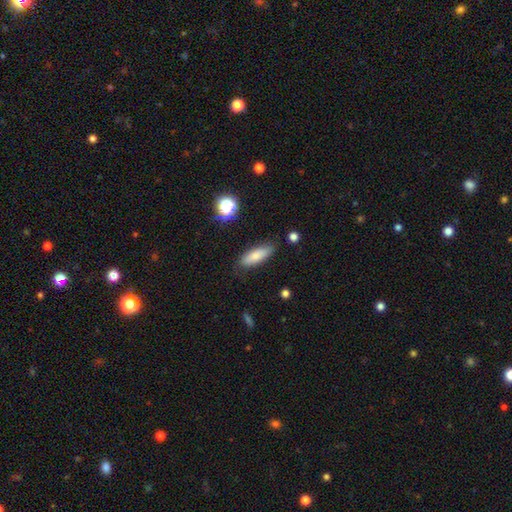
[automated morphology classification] smooth-or-featured: smooth: 77% | featured or disk: 15% | star or artifact: 8%
  how-rounded: in between: 58% | cigar-shaped: 40% | round: 2%
  merging: none: 80% | minor disturbance: 15% | major disturbance: 3% | merger: 2%